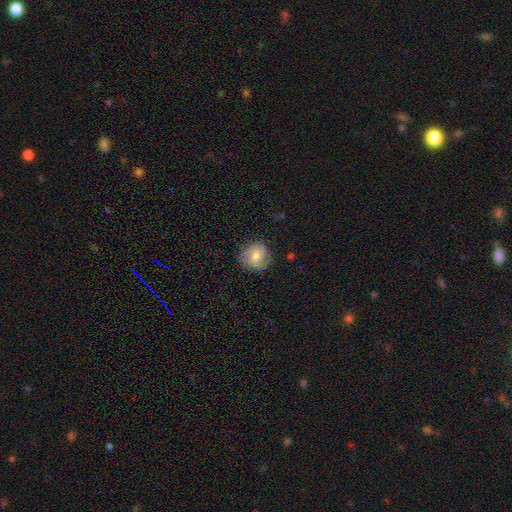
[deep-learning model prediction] Smooth or featured?
  - smooth: 66% *
  - featured or disk: 27%
  - star or artifact: 8%
How rounded?
  - round: 84% *
  - in between: 15%
  - cigar-shaped: 1%
Merging?
  - none: 75% *
  - minor disturbance: 19%
  - major disturbance: 5%
  - merger: 1%